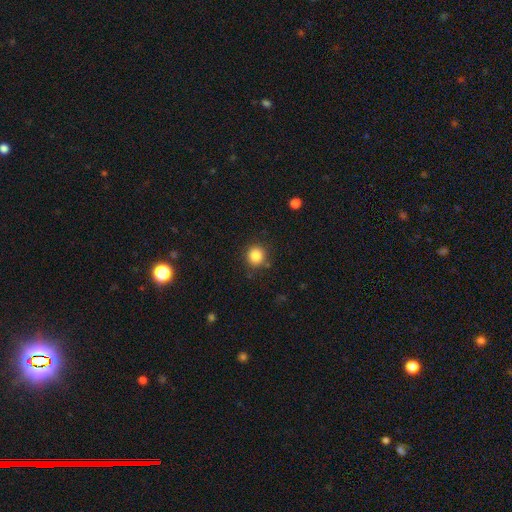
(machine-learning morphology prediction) Overall: smooth (85%). How rounded: round (92%). Merging: none (86%).